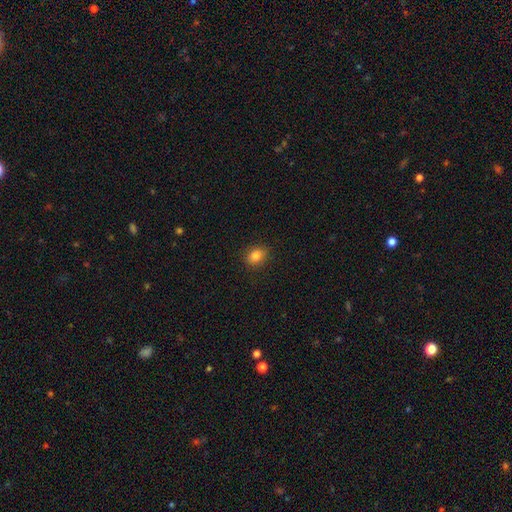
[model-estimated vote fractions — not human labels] smooth-or-featured: smooth: 83% | star or artifact: 11% | featured or disk: 6%
  how-rounded: in between: 51% | round: 48% | cigar-shaped: 1%
  merging: none: 86% | minor disturbance: 10% | major disturbance: 2% | merger: 1%